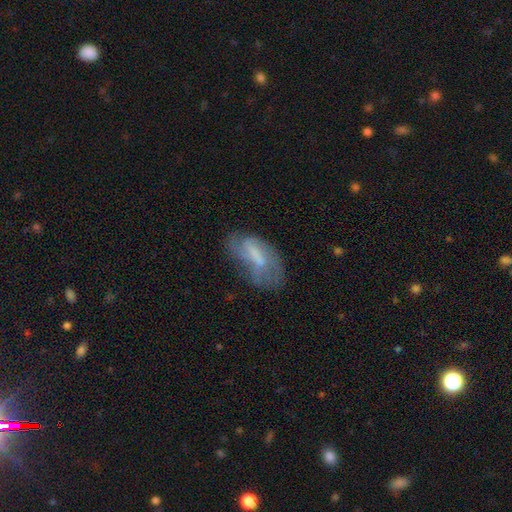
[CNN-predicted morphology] Q: Smooth or featured?
A: featured or disk (46%); runner-up: smooth (45%)
Q: Merging?
A: none (42%); runner-up: minor disturbance (30%)